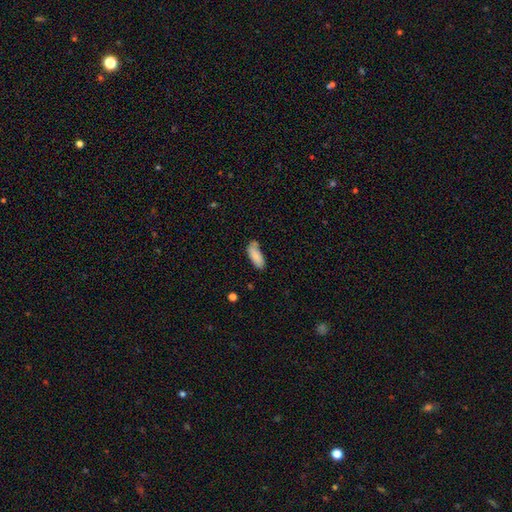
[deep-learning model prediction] Smooth or featured?
  - smooth: 85% *
  - featured or disk: 8%
  - star or artifact: 7%
How rounded?
  - in between: 76% *
  - cigar-shaped: 22%
  - round: 2%
Merging?
  - none: 63% *
  - minor disturbance: 24%
  - merger: 7%
  - major disturbance: 5%